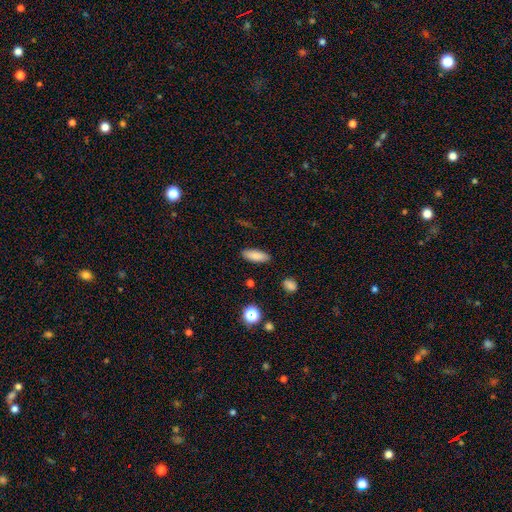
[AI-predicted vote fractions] smooth 85%, star or artifact 8%, featured or disk 7%. Down the decision tree: how rounded — in between (76%); merging — none (87%).